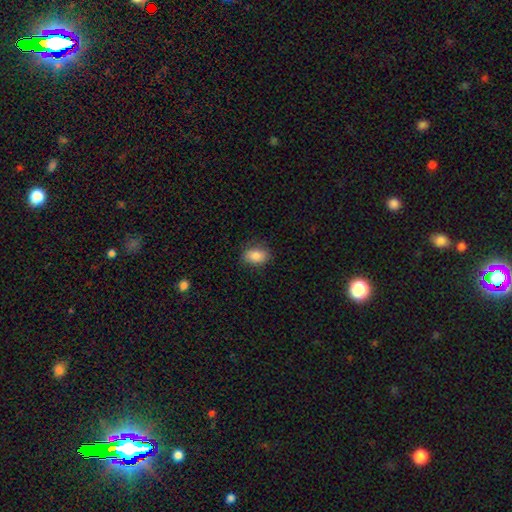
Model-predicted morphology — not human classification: smooth-or-featured: smooth: 86% | star or artifact: 8% | featured or disk: 6%
  how-rounded: in between: 83% | round: 16% | cigar-shaped: 1%
  merging: none: 82% | minor disturbance: 14% | major disturbance: 3% | merger: 1%